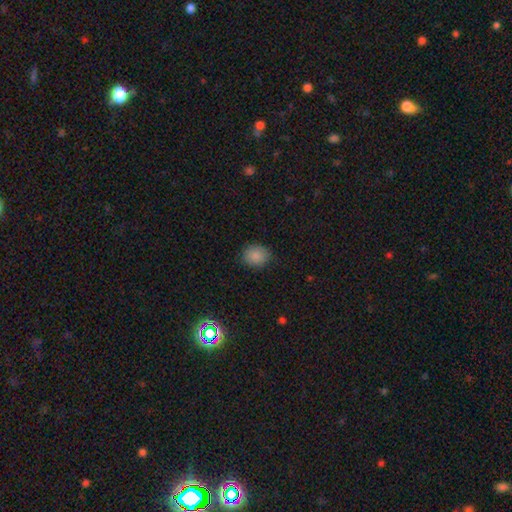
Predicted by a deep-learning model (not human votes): Smooth or featured? smooth (87%)
How rounded? round (67%)
Merging? none (84%)